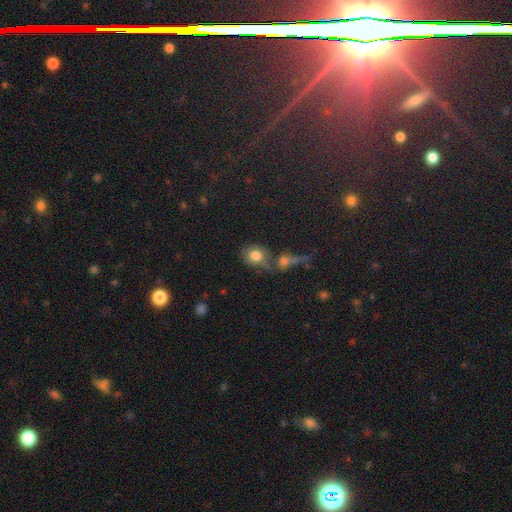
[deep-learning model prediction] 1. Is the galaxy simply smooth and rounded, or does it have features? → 77% smooth, 12% featured or disk, 11% star or artifact.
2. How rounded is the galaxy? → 59% round, 40% in between, 2% cigar-shaped.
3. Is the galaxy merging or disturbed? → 40% none, 37% merger, 14% minor disturbance, 9% major disturbance.